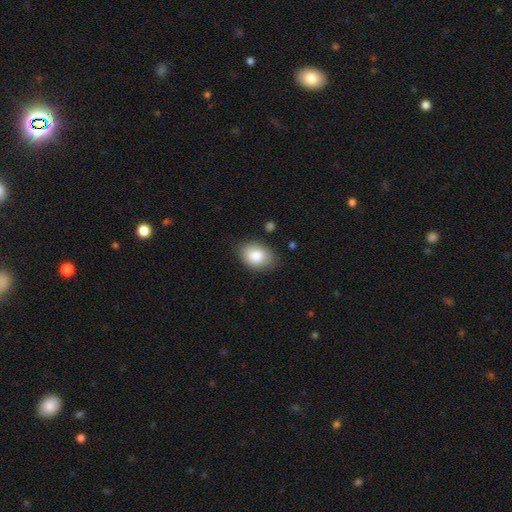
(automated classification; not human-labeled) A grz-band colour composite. It shows a smooth galaxy with no disk features (86%) that is in between round and cigar-shaped (80%). Merging: none (79%).